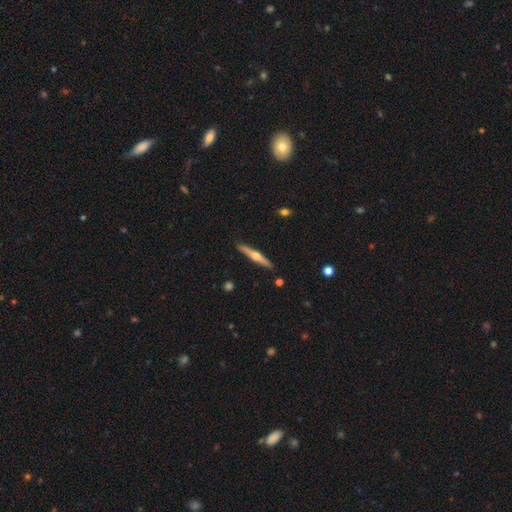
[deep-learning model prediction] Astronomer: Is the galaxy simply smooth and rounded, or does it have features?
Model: featured or disk — 66%.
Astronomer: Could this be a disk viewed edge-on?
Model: yes — 97%.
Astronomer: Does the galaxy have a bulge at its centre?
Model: rounded — 92%.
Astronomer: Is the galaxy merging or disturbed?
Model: none — 91%.